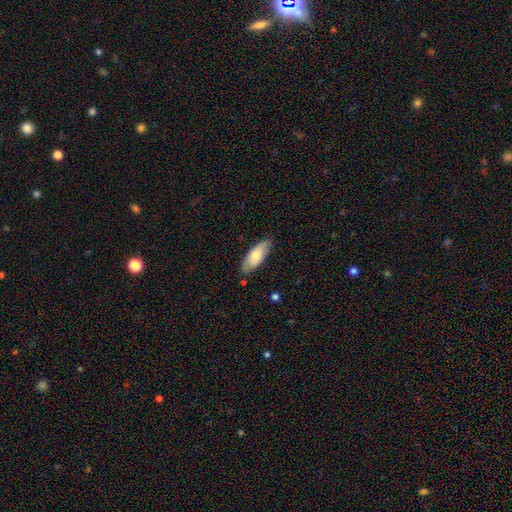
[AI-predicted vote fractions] This appears to be a smooth galaxy with no disk features (73%) that is in between round and cigar-shaped (75%). Merging: none (82%).